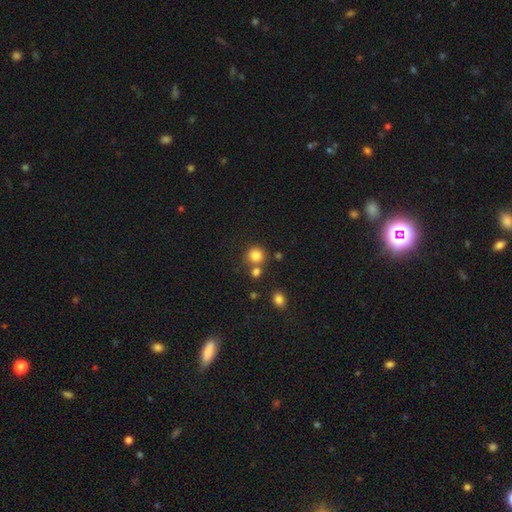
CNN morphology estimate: type=smooth (82%); roundness=round (89%); merging=none (68%).